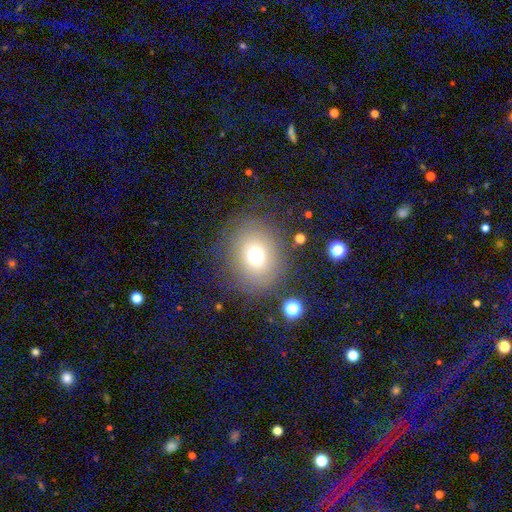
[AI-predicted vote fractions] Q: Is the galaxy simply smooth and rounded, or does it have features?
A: smooth — 67%.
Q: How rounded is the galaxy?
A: round — 72%.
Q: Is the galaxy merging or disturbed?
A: none — 77%.